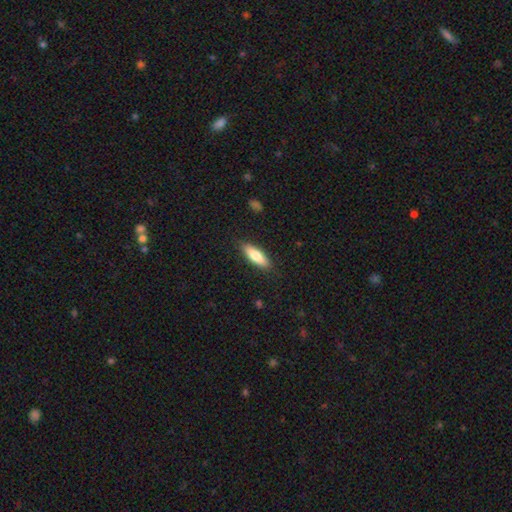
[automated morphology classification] Overall: smooth (75%). How rounded: in between (53%; cigar-shaped 45%). Merging: none (87%).